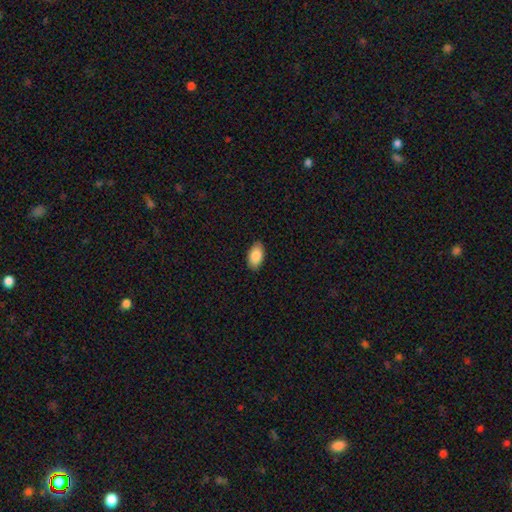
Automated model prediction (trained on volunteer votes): This appears to be a smooth galaxy with no disk features (87%) that is in between round and cigar-shaped (94%). Merging: none (87%).